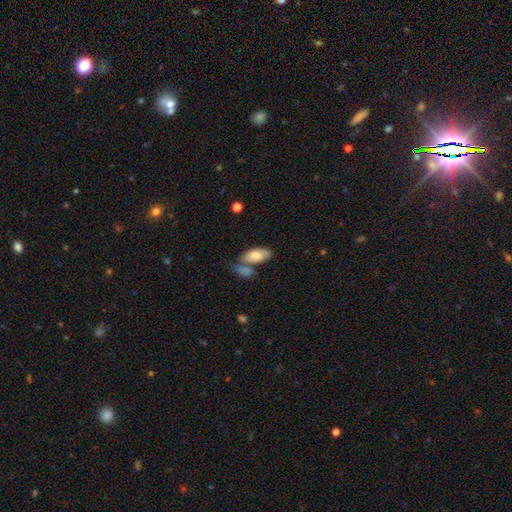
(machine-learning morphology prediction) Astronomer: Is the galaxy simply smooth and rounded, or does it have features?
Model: smooth — 75%.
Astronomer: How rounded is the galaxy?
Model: in between — 92%.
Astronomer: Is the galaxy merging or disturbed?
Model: none — 45% (runner-up: merger, 31%).